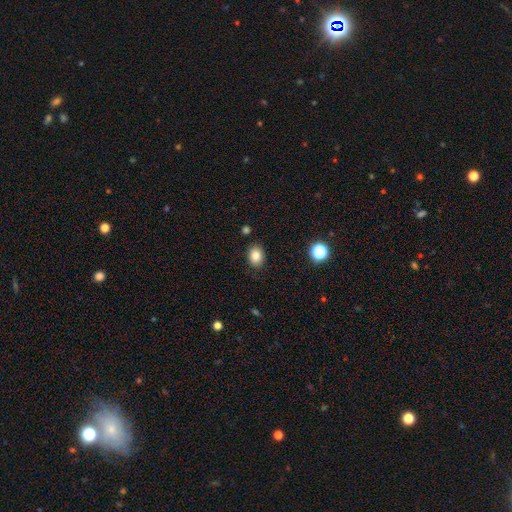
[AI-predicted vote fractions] smooth 84%, star or artifact 10%, featured or disk 6%. Down the decision tree: how rounded — in between (67%); merging — none (87%).